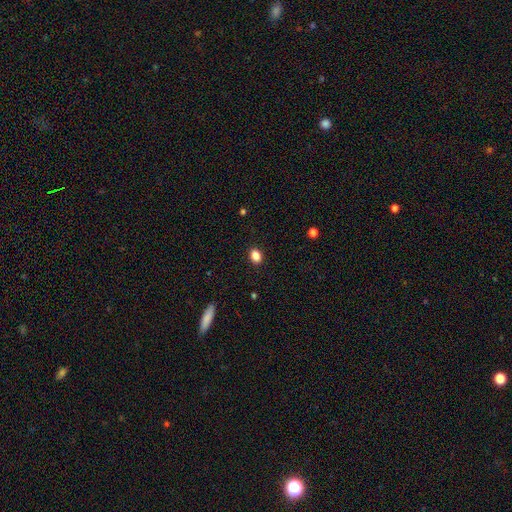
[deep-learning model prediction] smooth_or_featured: smooth (p=0.86) [alt: star or artifact p=0.10]
how_rounded: in between (p=0.68) [alt: round p=0.30]
merging: none (p=0.90) [alt: minor disturbance p=0.07]